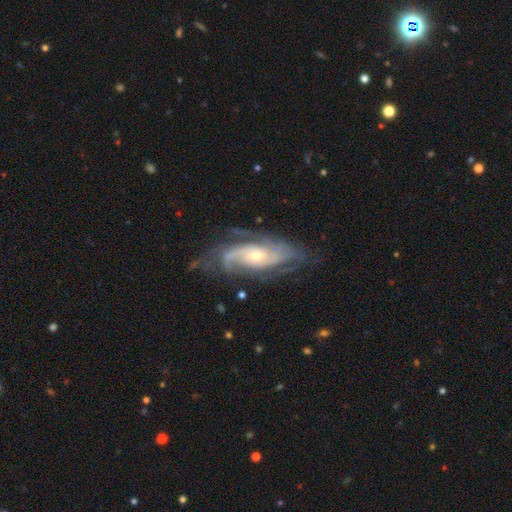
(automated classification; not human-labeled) A featured or disk galaxy (87%) with no bar (71%), 2 (31%) tight (50%) spiral arms (96%) and a small central bulge (61%). Merging: none (70%).